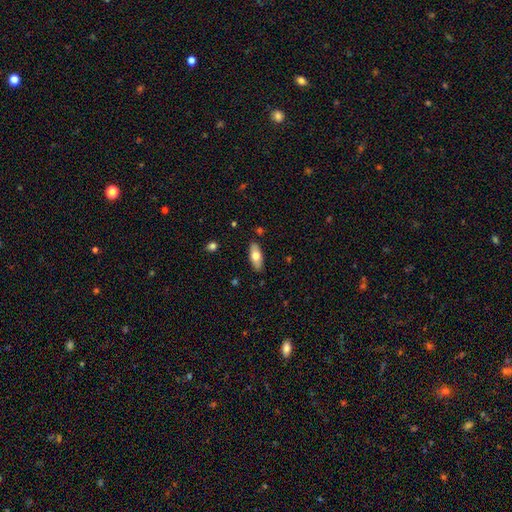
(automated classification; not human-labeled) A smooth galaxy with no disk features (68%) that is in between round and cigar-shaped (79%). Merging: none (87%).